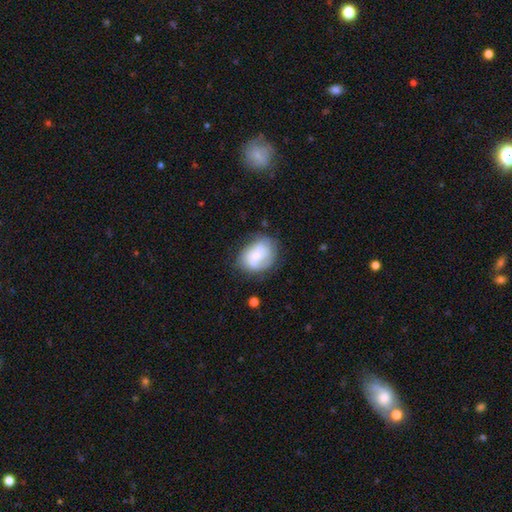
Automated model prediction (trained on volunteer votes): This appears to be a featured or disk galaxy (50%). Merging: none (57%).